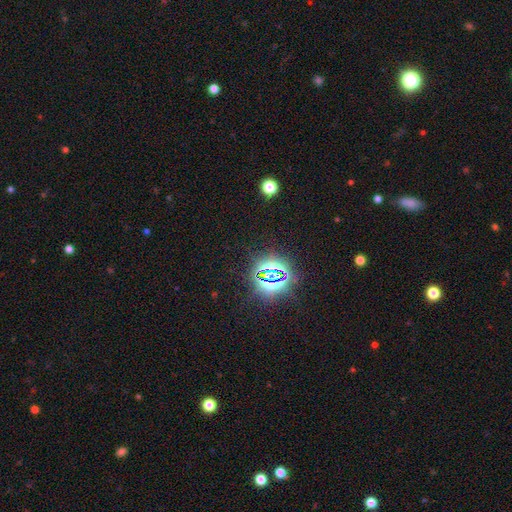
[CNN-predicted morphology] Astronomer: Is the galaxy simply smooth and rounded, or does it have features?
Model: star or artifact — 83%.